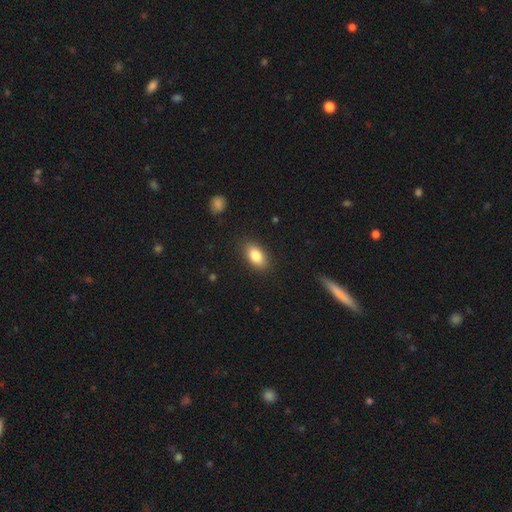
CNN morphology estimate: This is clearly a smooth galaxy (85%). How rounded: clearly in between (91%). Merging: clearly none (86%).